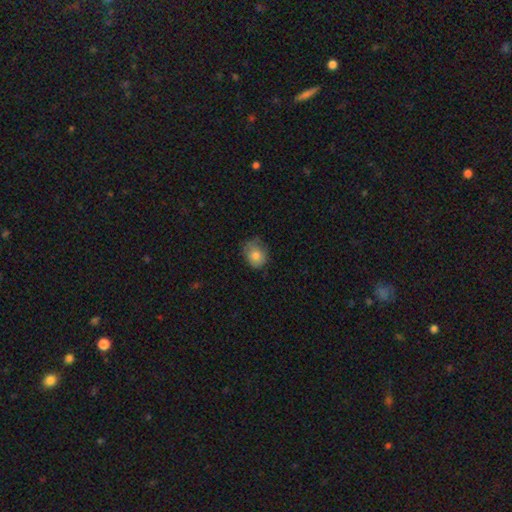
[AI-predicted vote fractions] Morphology: type=smooth (79%); roundness=round (52%); merging=none (57%).